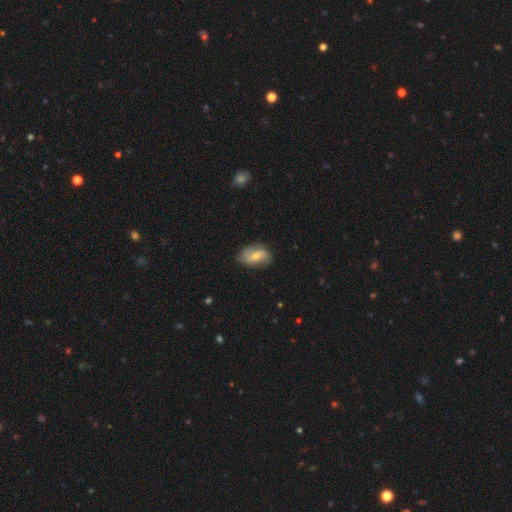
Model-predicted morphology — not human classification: Smooth or featured? Predicted: featured or disk (p=0.55). Edge-on disk? Predicted: no (p=0.96). Bar? Predicted: no (p=0.48). Spiral arms? Predicted: yes (p=0.84). Bulge size? Predicted: moderate (p=0.53). Merging? Predicted: none (p=0.72).